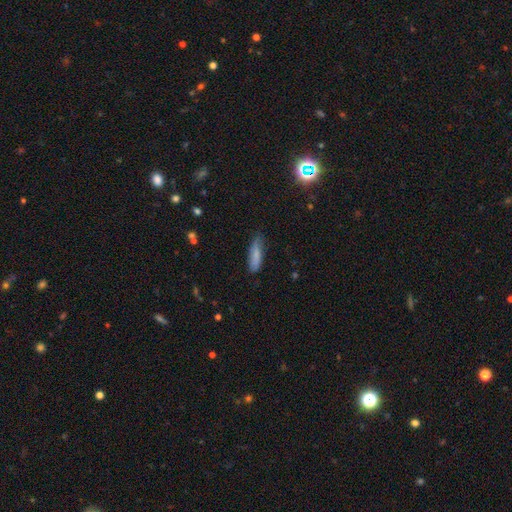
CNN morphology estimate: This is likely a smooth galaxy (80%). How rounded: possibly cigar-shaped (58%). Merging: likely none (68%).